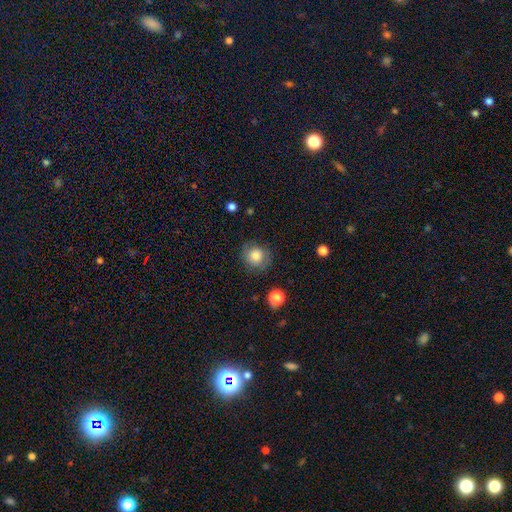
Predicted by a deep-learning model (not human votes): Smooth or featured? smooth (82%)
How rounded? round (83%)
Merging? none (79%)